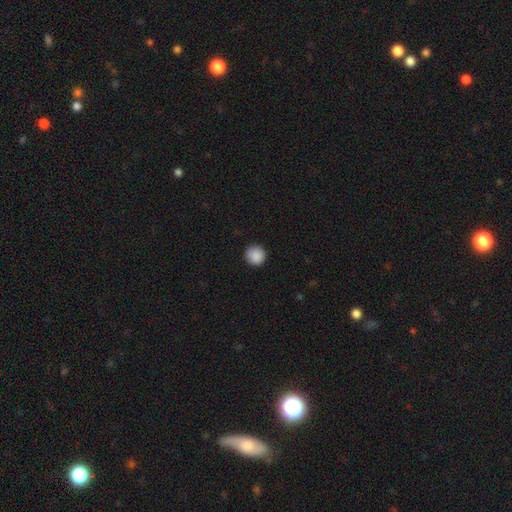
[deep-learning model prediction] smooth-or-featured: smooth: 89% | star or artifact: 8% | featured or disk: 3%
  how-rounded: round: 95% | in between: 4% | cigar-shaped: 1%
  merging: none: 90% | minor disturbance: 7% | major disturbance: 2% | merger: 1%